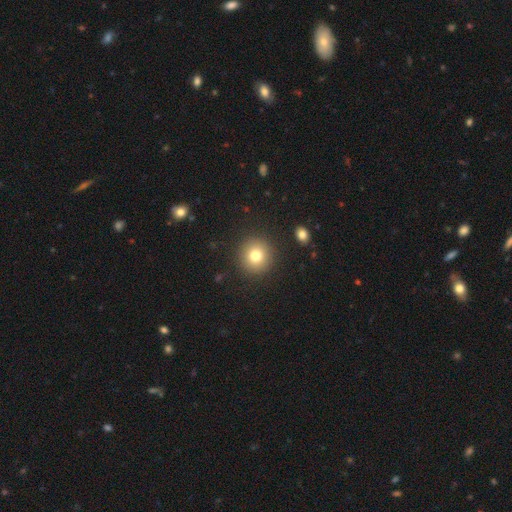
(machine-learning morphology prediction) Smooth or featured?
  - smooth: 78% *
  - star or artifact: 12%
  - featured or disk: 10%
How rounded?
  - round: 93% *
  - in between: 6%
  - cigar-shaped: 1%
Merging?
  - none: 90% *
  - minor disturbance: 6%
  - major disturbance: 2%
  - merger: 1%